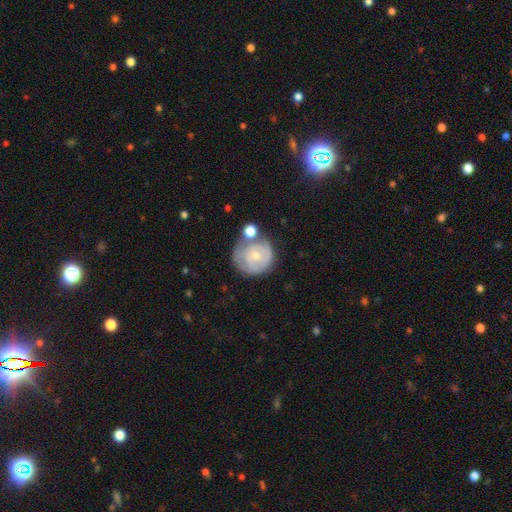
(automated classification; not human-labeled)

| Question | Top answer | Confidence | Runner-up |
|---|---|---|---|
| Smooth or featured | featured or disk | 53% | smooth (41%) |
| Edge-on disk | no | 97% | yes (3%) |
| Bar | no | 82% | weak (15%) |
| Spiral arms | yes | 58% | no (42%) |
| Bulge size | small | 58% | moderate (37%) |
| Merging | none | 49% | minor disturbance (22%) |